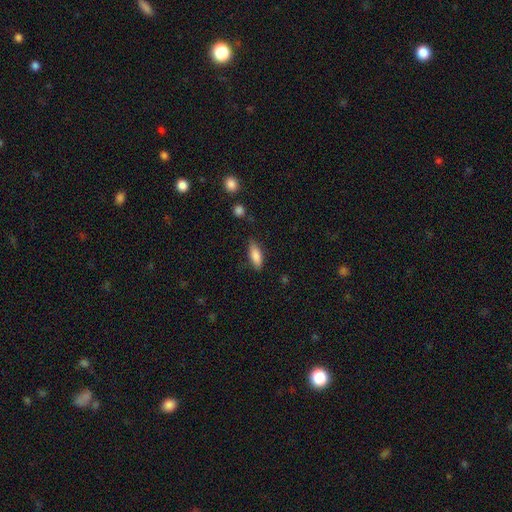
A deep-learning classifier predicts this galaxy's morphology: type=smooth (84%); roundness=in between (70%); merging=none (78%).